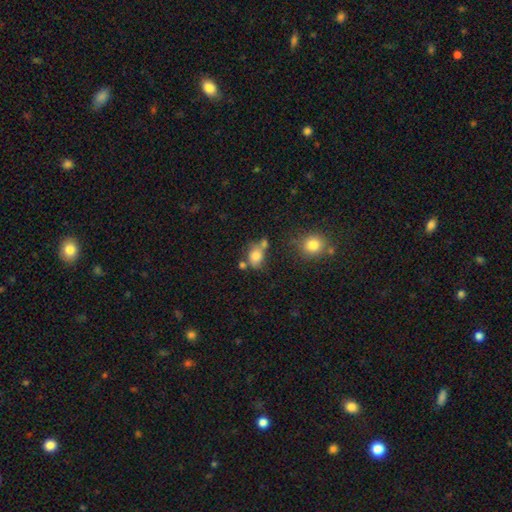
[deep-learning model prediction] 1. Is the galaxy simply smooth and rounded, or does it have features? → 77% smooth, 11% star or artifact, 11% featured or disk.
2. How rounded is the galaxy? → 62% in between, 37% round, 2% cigar-shaped.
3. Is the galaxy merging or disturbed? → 45% none, 27% merger, 19% minor disturbance, 9% major disturbance.